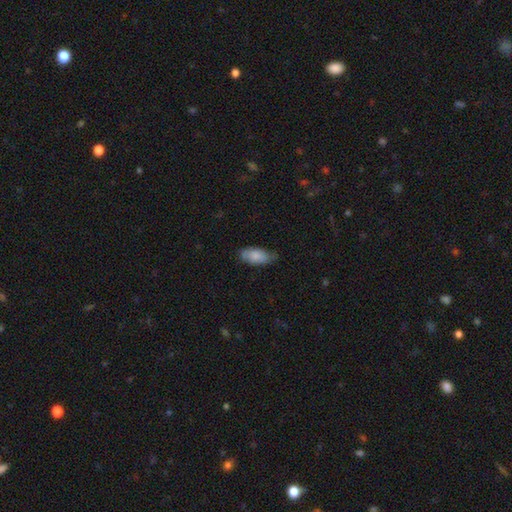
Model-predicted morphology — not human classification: Overall: smooth (83%). How rounded: in between (89%). Merging: none (66%; minor disturbance 28%).